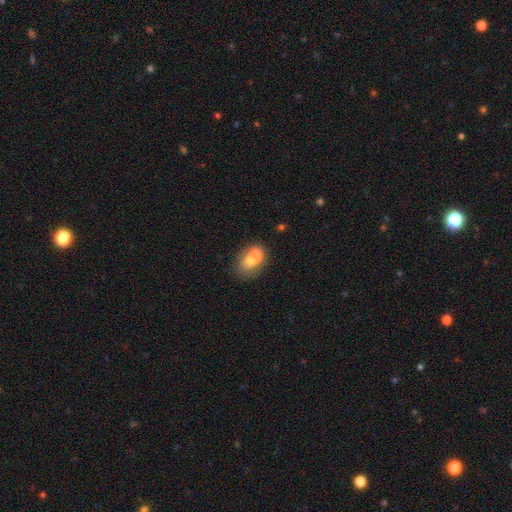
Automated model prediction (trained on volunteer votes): A smooth galaxy with no disk features (64%) that is in between round and cigar-shaped (59%). Merging: merger (51%).